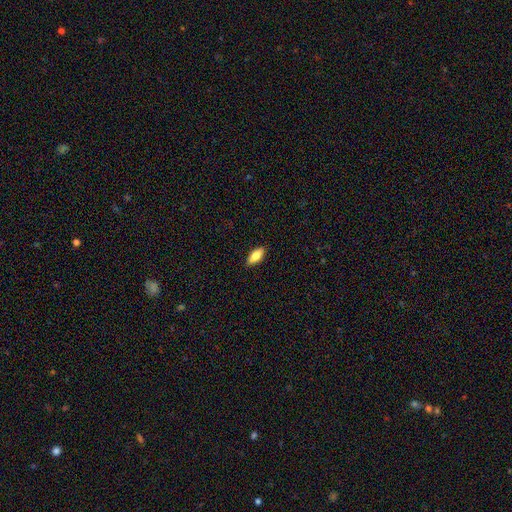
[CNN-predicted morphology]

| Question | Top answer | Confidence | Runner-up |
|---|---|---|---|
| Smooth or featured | smooth | 81% | featured or disk (12%) |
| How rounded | in between | 79% | cigar-shaped (19%) |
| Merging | none | 89% | minor disturbance (8%) |